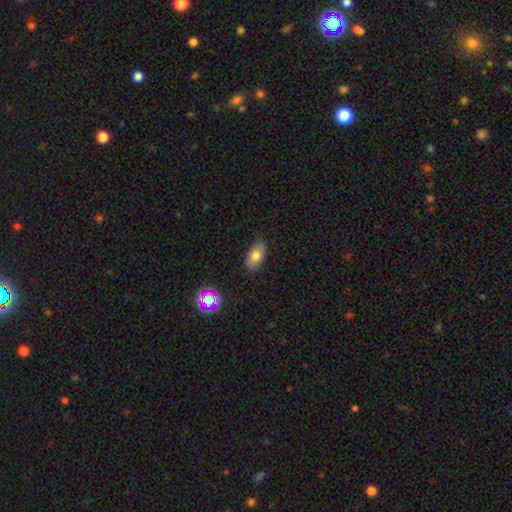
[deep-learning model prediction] smooth 77%, featured or disk 13%, star or artifact 10%. Down the decision tree: how rounded — in between (90%); merging — none (79%).